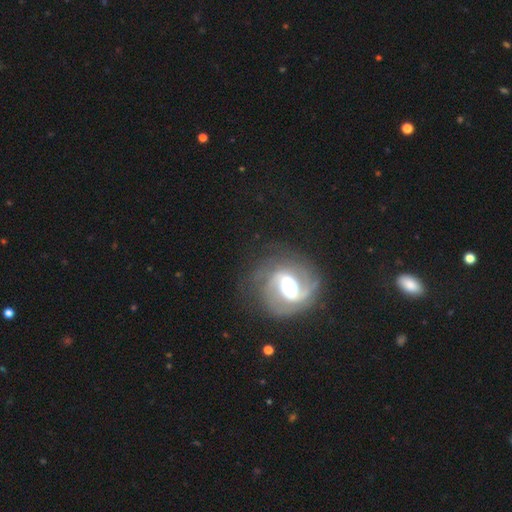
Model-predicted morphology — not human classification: A featured or disk galaxy (78%) with a weak bar (43%), 2 (74%) medium (41%) spiral arms (86%) and a moderate central bulge (56%).

Vote fractions:
- Smooth or featured? featured or disk: 78% / smooth: 12% / star or artifact: 10%
- Edge-on disk? no: 95% / yes: 5%
- Bar? weak: 43% / strong: 38% / no: 19%
- Spiral arms? yes: 86% / no: 14%
- Spiral winding? medium: 41% / tight: 40% / loose: 19%
- Spiral arm count? 2: 74% / can't tell: 12% / 3: 5% / 1: 4% / 4: 3% / more than 4: 3%
- Bulge size? moderate: 56% / large: 29% / small: 9% / dominant: 4% / none: 1%
- Merging? none: 74% / minor disturbance: 14% / major disturbance: 10% / merger: 2%